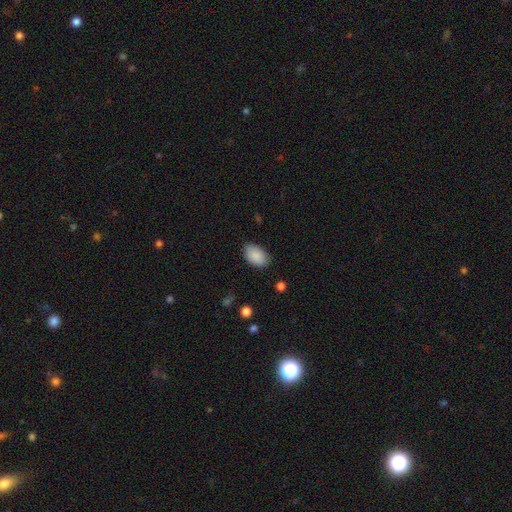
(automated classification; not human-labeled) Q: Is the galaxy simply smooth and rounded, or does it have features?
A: smooth — 89%.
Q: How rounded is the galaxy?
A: in between — 92%.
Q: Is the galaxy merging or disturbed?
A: none — 83%.